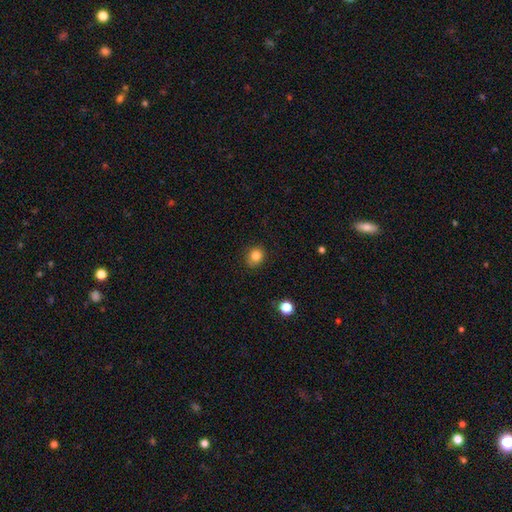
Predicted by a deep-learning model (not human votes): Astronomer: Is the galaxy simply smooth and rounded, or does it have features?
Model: smooth — 83%.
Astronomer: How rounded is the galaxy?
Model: round — 74%.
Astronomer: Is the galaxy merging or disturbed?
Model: none — 84%.